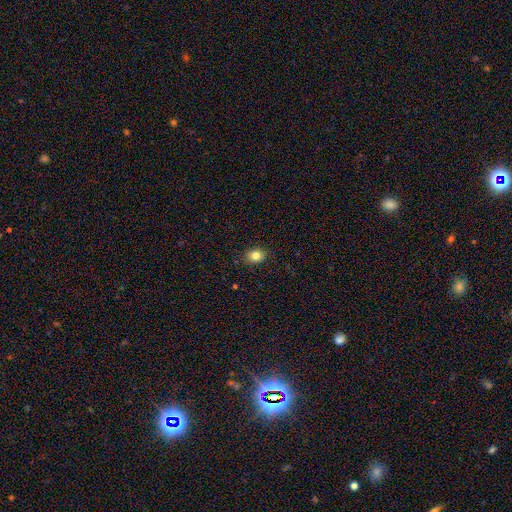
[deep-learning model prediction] Smooth or featured? Predicted: smooth (p=0.83). How rounded? Predicted: round (p=0.50). Merging? Predicted: none (p=0.87).